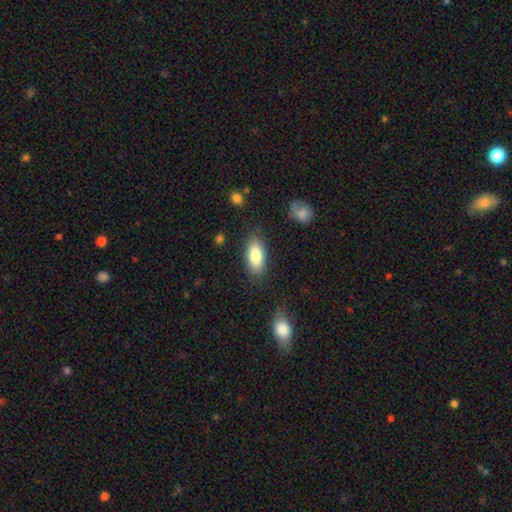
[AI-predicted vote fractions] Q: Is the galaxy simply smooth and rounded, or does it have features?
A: smooth — 84%.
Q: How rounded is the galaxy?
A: in between — 87%.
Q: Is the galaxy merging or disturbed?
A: none — 83%.